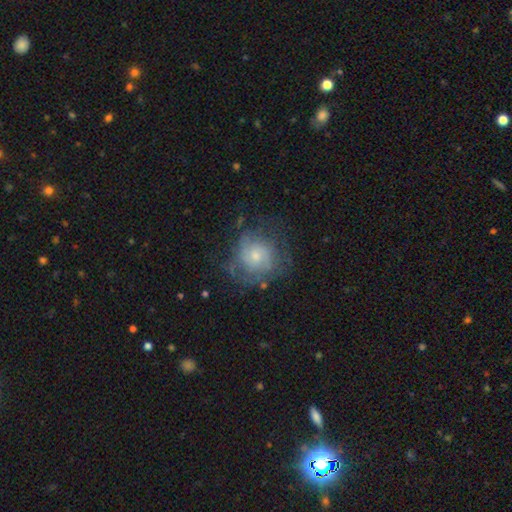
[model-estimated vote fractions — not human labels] Overall: featured or disk (53%; smooth 38%). Edge-on disk: no (97%). Bar: no (76%). Spiral arms: yes (66%; no 34%). Bulge size: small (51%; moderate 40%). Merging: none (56%; minor disturbance 24%).